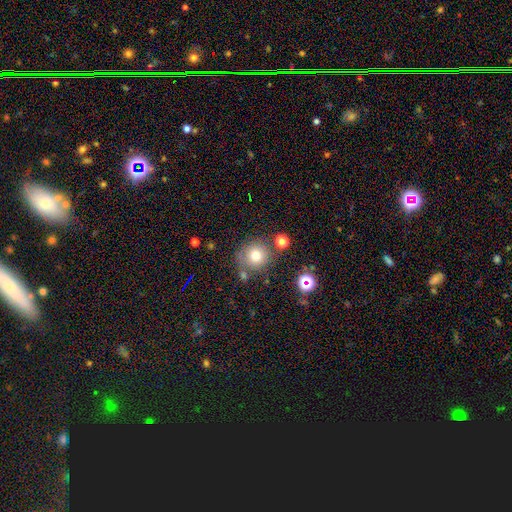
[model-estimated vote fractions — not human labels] This is likely a smooth galaxy (73%). How rounded: clearly round (91%). Merging: likely none (72%).